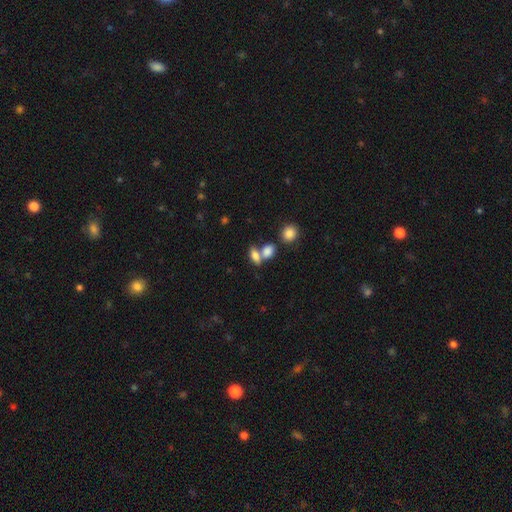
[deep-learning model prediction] Smooth or featured: smooth — 78% (featured or disk — 12%)
How rounded: in between — 78% (round — 13%)
Merging: merger — 47% (none — 39%)